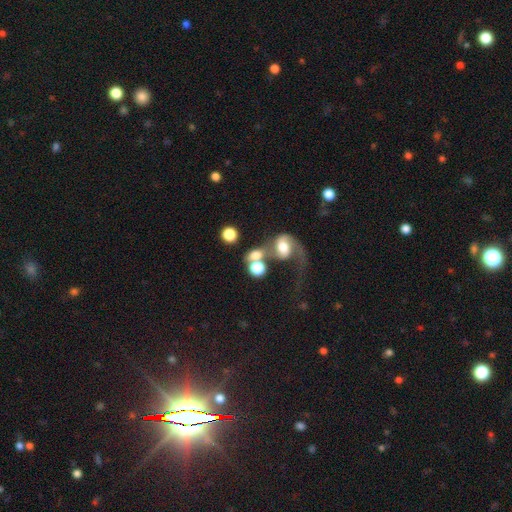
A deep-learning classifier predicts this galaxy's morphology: Q: Smooth or featured?
A: smooth (55%); runner-up: featured or disk (32%)
Q: How rounded?
A: round (58%); runner-up: in between (40%)
Q: Merging?
A: merger (51%); runner-up: none (23%)